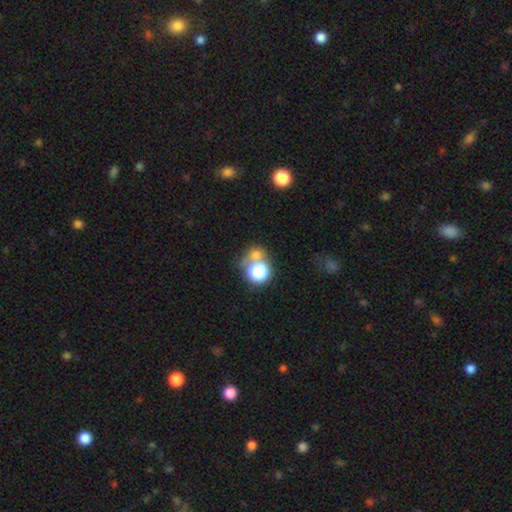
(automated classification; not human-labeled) smooth-or-featured: smooth: 61% | star or artifact: 30% | featured or disk: 9%
  how-rounded: round: 79% | in between: 20% | cigar-shaped: 1%
  merging: none: 52% | merger: 32% | minor disturbance: 9% | major disturbance: 6%